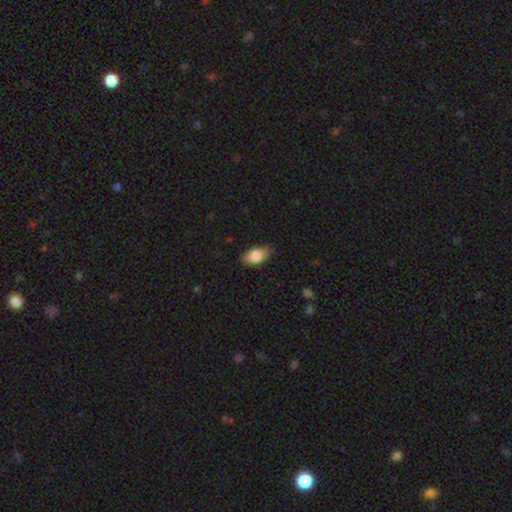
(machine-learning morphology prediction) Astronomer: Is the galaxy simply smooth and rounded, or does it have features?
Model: smooth — 84%.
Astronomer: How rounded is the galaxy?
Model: in between — 90%.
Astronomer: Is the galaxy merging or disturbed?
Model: none — 72%.